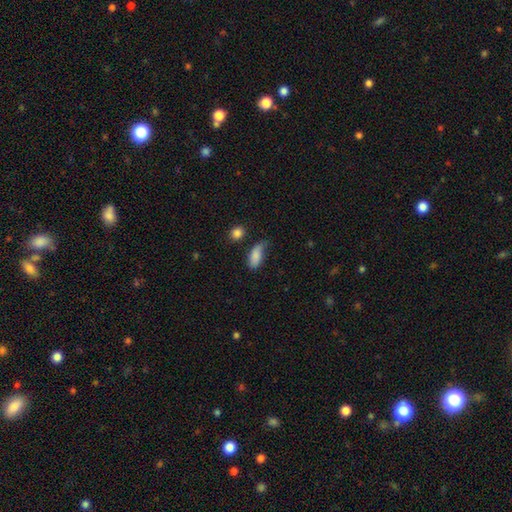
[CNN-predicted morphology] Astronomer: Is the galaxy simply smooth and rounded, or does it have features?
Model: smooth — 82%.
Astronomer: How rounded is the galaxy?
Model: in between — 87%.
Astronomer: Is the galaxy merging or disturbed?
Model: none — 40% (runner-up: minor disturbance, 39%).